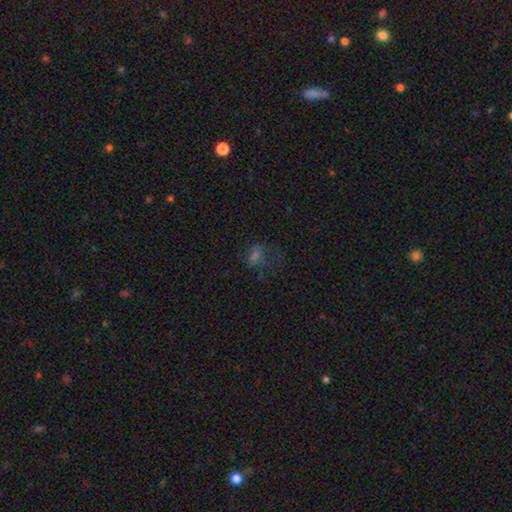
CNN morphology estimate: The model was most divided on "smooth or featured": smooth: 45%, star or artifact: 33%, featured or disk: 22%. Remaining: merging — none (45%).